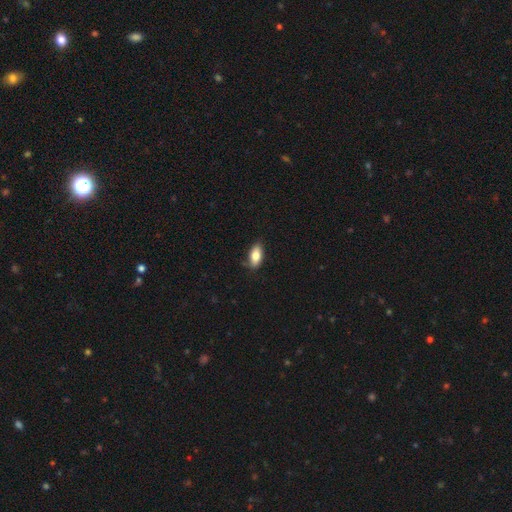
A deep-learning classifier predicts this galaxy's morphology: Q: Smooth or featured?
A: smooth (80%); runner-up: featured or disk (14%)
Q: How rounded?
A: in between (88%); runner-up: cigar-shaped (9%)
Q: Merging?
A: none (73%); runner-up: minor disturbance (21%)